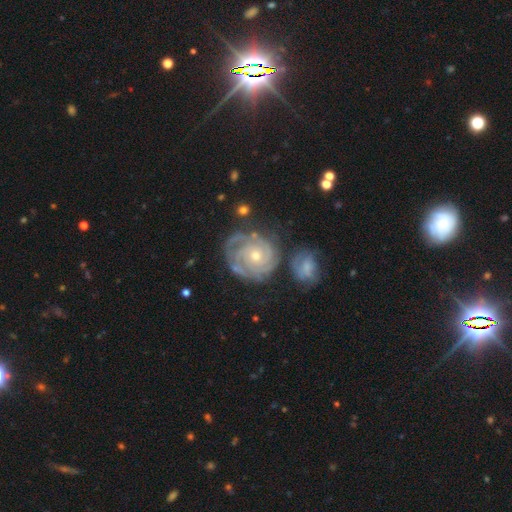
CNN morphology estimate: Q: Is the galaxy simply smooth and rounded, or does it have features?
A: featured or disk — 86%.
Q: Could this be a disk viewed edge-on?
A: no — 98%.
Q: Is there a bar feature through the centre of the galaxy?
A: no — 79%.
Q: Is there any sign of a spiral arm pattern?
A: yes — 95%.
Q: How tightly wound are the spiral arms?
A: tight — 79%.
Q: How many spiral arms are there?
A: can't tell — 30%.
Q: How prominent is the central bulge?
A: small — 53%.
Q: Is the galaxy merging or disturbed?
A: none — 63%.